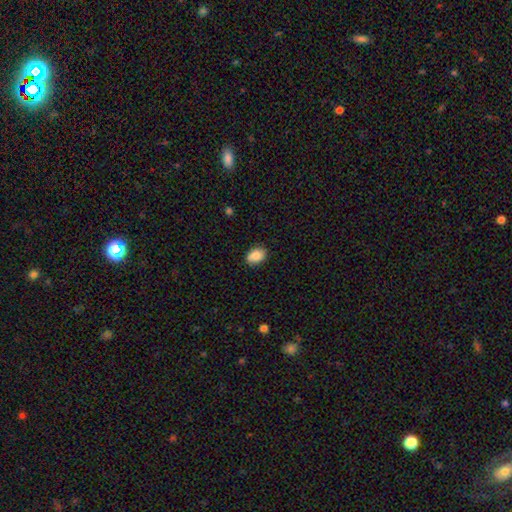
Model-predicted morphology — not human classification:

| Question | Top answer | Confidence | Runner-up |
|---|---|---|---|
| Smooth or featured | smooth | 85% | star or artifact (8%) |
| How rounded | in between | 77% | round (22%) |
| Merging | none | 81% | minor disturbance (15%) |